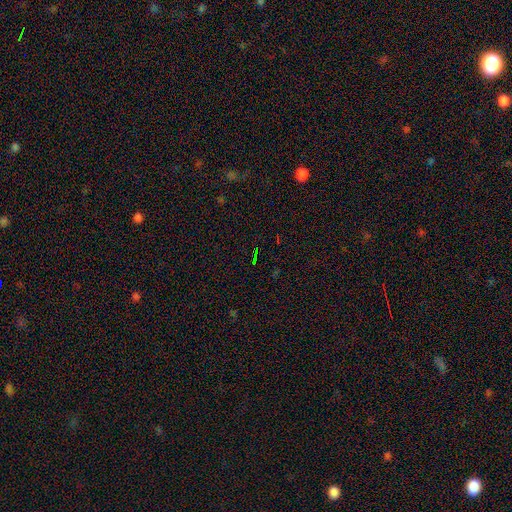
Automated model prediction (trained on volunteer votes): Smooth or featured? star or artifact (75%)